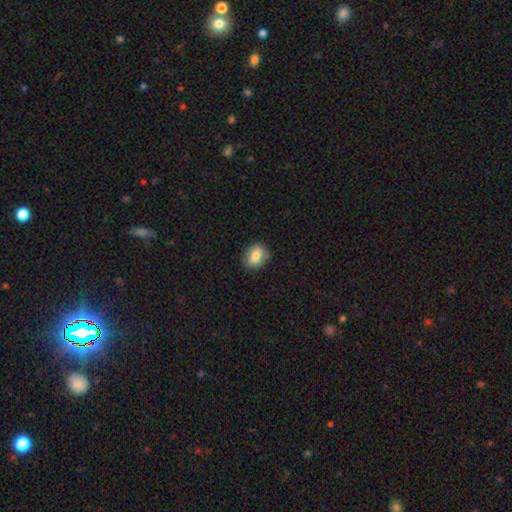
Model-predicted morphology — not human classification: Overall: smooth (80%). How rounded: in between (59%; round 40%). Merging: none (82%).